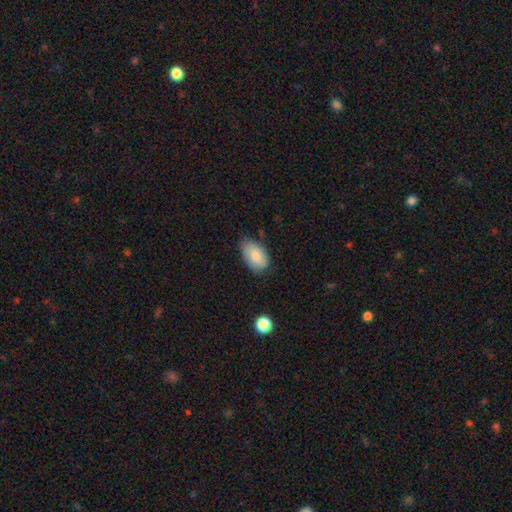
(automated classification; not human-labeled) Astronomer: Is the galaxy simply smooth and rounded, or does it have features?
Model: smooth — 79%.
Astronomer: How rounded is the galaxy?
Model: in between — 92%.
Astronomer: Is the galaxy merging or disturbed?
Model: none — 66%.